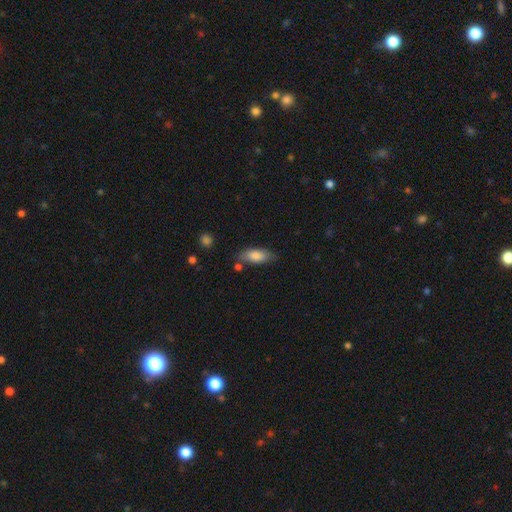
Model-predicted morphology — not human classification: A smooth galaxy with no disk features (83%) that is in between round and cigar-shaped (80%). Merging: none (71%).